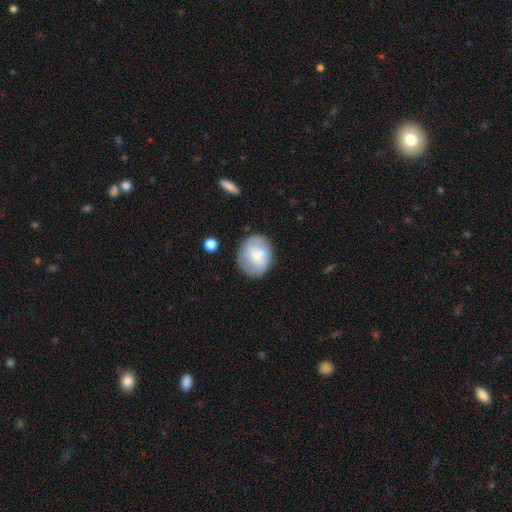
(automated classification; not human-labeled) A featured or disk galaxy (47%).

Vote fractions:
- Smooth or featured? featured or disk: 47% / smooth: 46% / star or artifact: 7%
- Merging? none: 68% / minor disturbance: 20% / major disturbance: 7% / merger: 5%